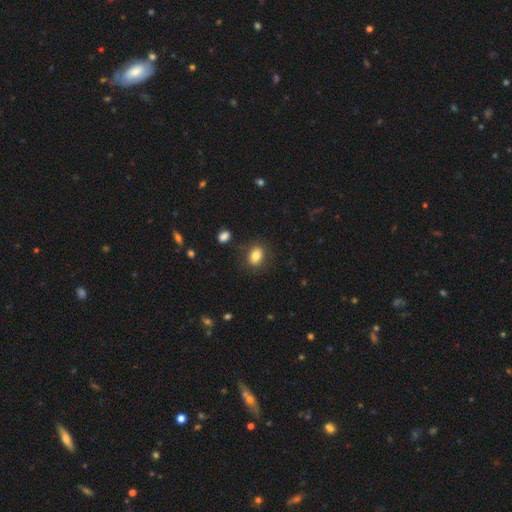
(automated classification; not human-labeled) Morphology: type=smooth (82%); roundness=in between (67%); merging=none (82%).